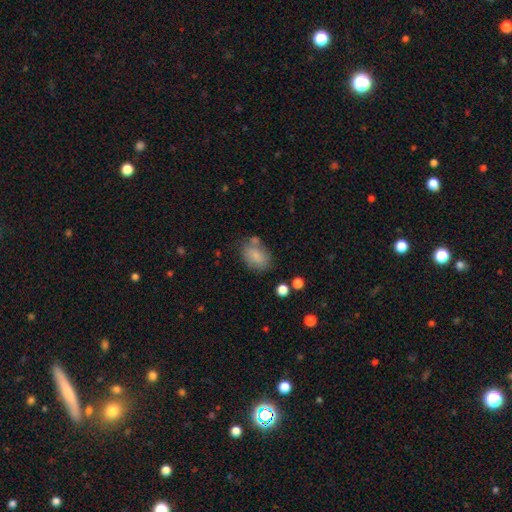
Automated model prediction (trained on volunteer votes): A smooth galaxy with no disk features (80%) that is in between round and cigar-shaped (76%). Merging: none (62%).